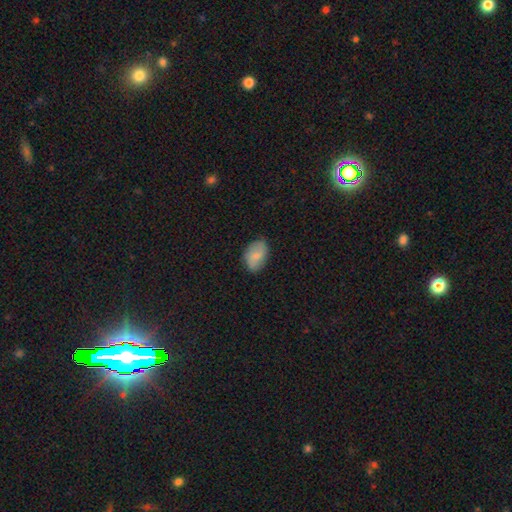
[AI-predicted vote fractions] Smooth or featured: smooth — 66% (featured or disk — 26%)
How rounded: in between — 88% (round — 10%)
Merging: none — 78% (minor disturbance — 17%)